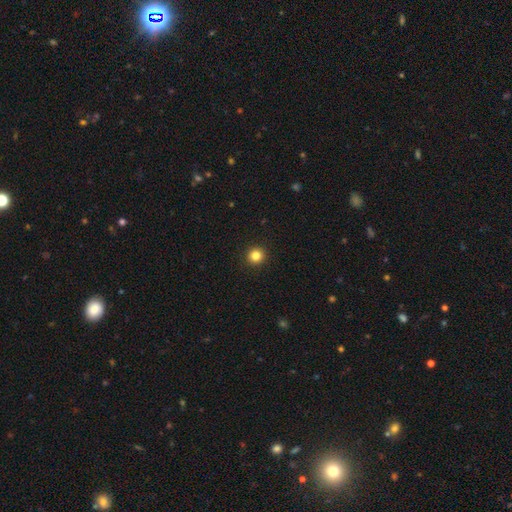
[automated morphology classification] Smooth or featured? smooth (83%)
How rounded? round (94%)
Merging? none (94%)